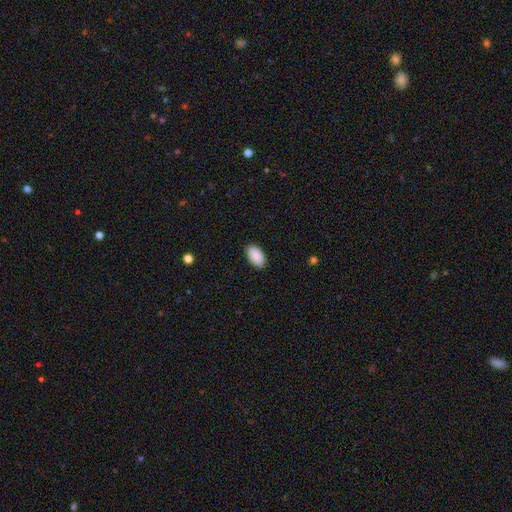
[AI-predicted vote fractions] smooth_or_featured: smooth (p=0.91) [alt: star or artifact p=0.06]
how_rounded: in between (p=0.95) [alt: round p=0.04]
merging: none (p=0.89) [alt: minor disturbance p=0.08]